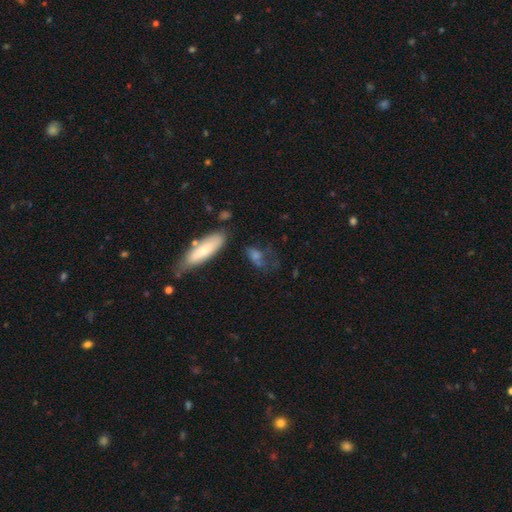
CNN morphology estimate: This is possibly a smooth galaxy (55%). How rounded: possibly in between (60%). Merging: possibly none (46%).